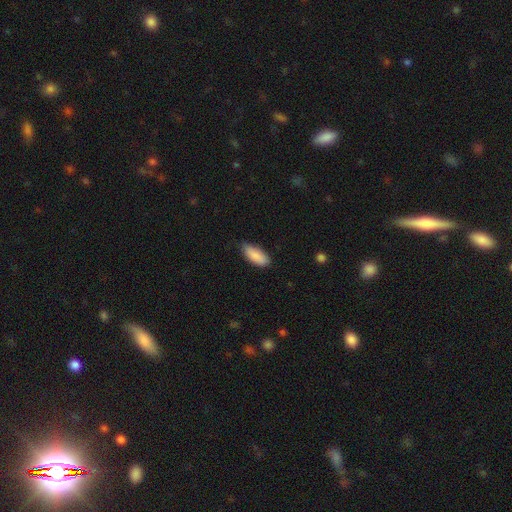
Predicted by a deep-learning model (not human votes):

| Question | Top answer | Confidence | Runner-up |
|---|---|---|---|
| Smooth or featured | smooth | 89% | star or artifact (6%) |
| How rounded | in between | 82% | cigar-shaped (16%) |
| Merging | none | 73% | minor disturbance (23%) |